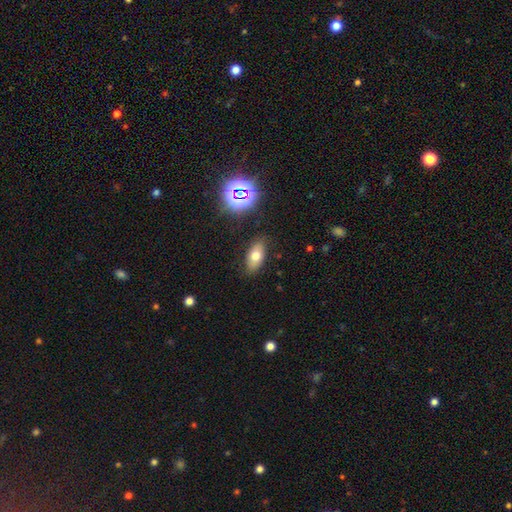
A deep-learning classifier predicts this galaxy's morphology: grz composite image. It shows a smooth galaxy with no disk features (68%) that is in between round and cigar-shaped (88%). Merging: none (84%).